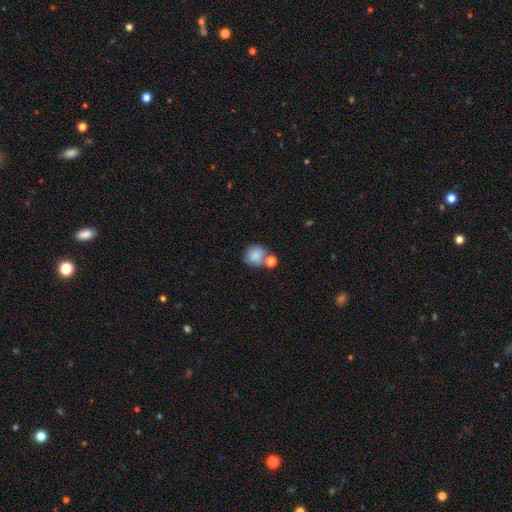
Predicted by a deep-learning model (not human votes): smooth 83%, featured or disk 9%, star or artifact 8%. Down the decision tree: how rounded — round (87%); merging — none (55%).